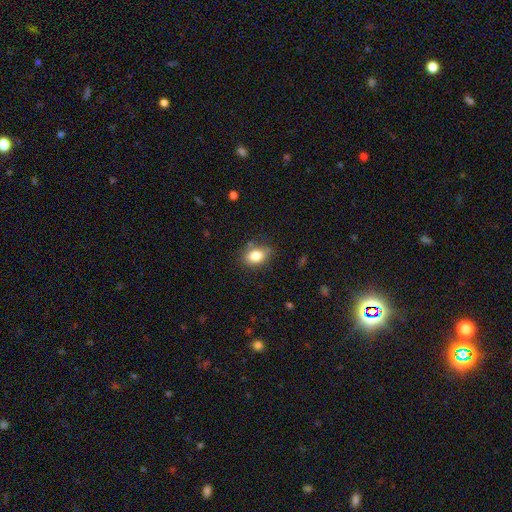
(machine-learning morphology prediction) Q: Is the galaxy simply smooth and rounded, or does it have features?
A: smooth — 80%.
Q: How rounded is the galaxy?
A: in between — 75%.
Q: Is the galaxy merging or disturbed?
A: none — 72%.